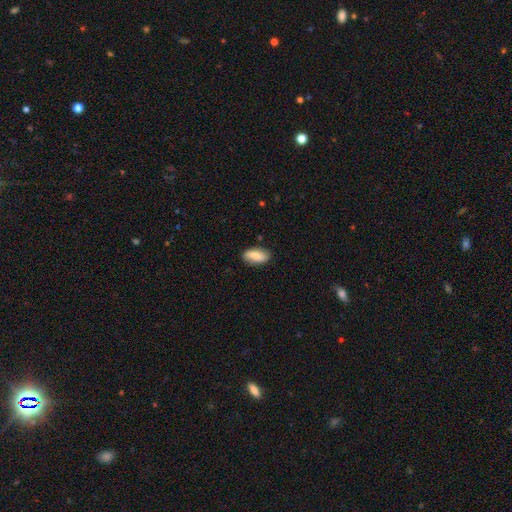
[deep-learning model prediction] A smooth galaxy with no disk features (77%) that is in between round and cigar-shaped (88%). Merging: none (85%).